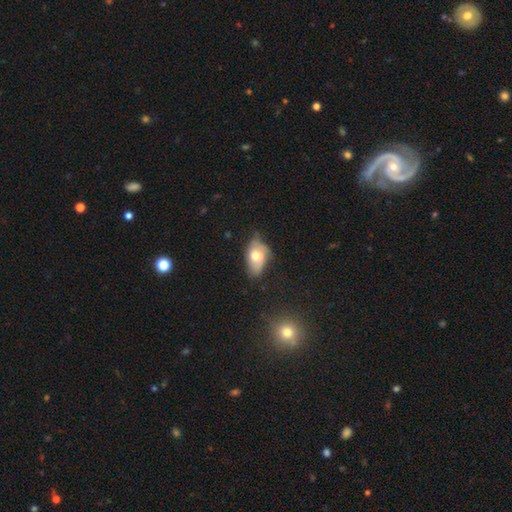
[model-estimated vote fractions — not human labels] Smooth or featured? Predicted: smooth (p=0.63). How rounded? Predicted: in between (p=0.90). Merging? Predicted: none (p=0.44).